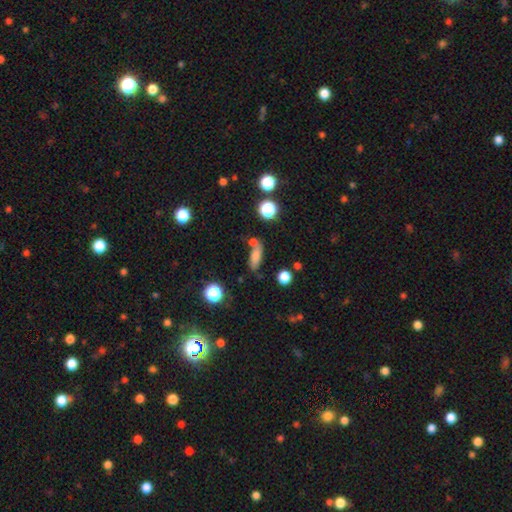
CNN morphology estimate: The model was most divided on "how rounded": in between: 59%, cigar-shaped: 34%, round: 8%. More confident: smooth or featured — smooth (73%); merging — none (59%).